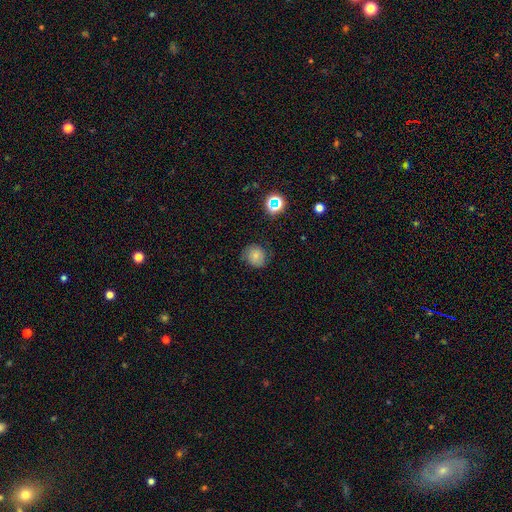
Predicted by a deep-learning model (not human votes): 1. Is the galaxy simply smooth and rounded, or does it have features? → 70% smooth, 15% featured or disk, 14% star or artifact.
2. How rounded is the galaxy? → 84% round, 15% in between, 1% cigar-shaped.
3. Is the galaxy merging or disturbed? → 76% none, 17% minor disturbance, 5% major disturbance, 1% merger.